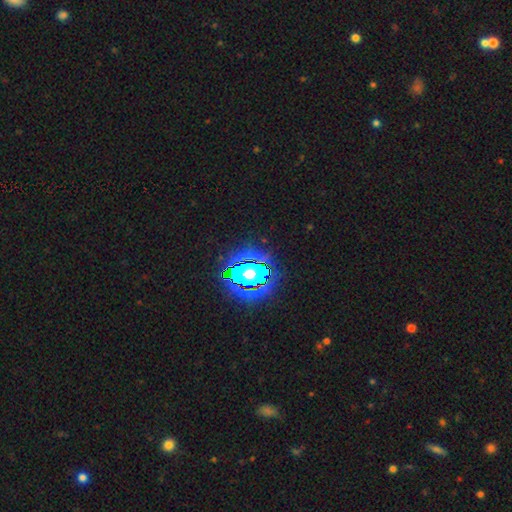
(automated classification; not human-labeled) Smooth or featured? star or artifact (82%)